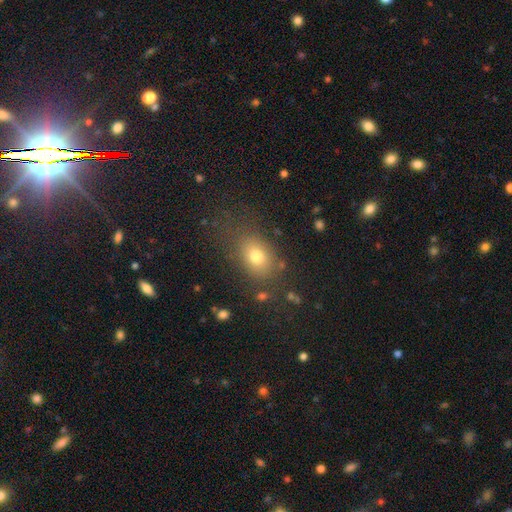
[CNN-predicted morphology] A smooth galaxy with no disk features (70%) that is in between round and cigar-shaped (62%). Merging: none (74%).